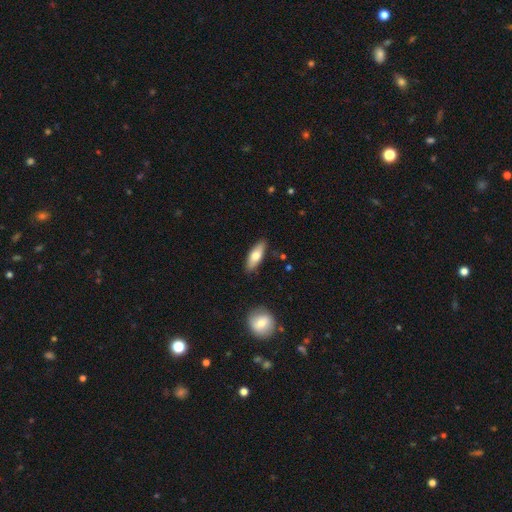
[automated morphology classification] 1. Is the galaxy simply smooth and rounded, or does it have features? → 70% smooth, 24% featured or disk, 6% star or artifact.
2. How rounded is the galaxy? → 64% in between, 33% cigar-shaped, 2% round.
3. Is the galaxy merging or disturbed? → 84% none, 12% minor disturbance, 2% major disturbance, 2% merger.